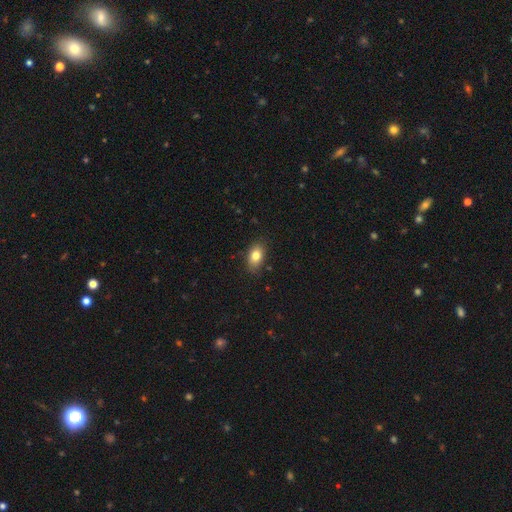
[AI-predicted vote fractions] Smooth or featured? smooth (81%)
How rounded? in between (87%)
Merging? none (81%)